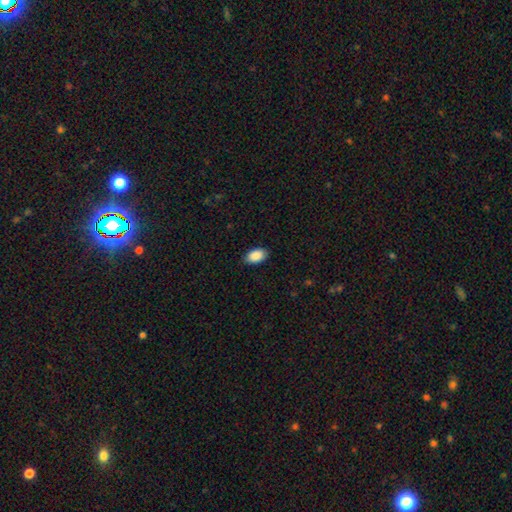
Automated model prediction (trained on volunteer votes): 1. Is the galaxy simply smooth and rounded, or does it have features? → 90% smooth, 7% star or artifact, 3% featured or disk.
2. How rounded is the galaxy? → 92% in between, 6% round, 1% cigar-shaped.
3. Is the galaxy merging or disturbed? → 85% none, 12% minor disturbance, 2% major disturbance, 1% merger.